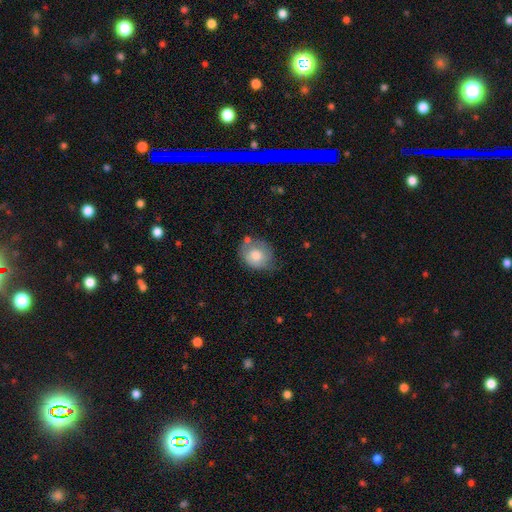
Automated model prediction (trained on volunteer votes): Overall: smooth (73%). How rounded: round (70%). Merging: none (53%; minor disturbance 32%).